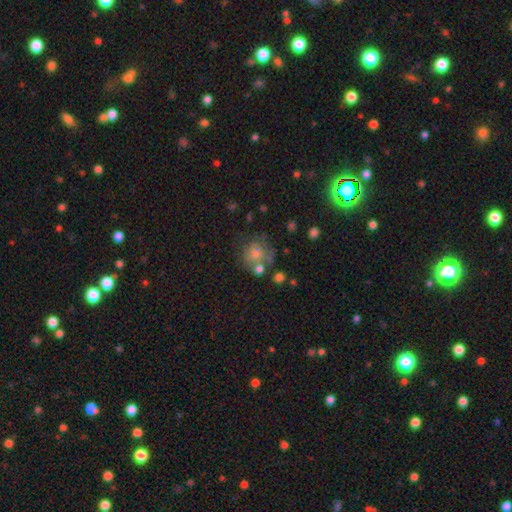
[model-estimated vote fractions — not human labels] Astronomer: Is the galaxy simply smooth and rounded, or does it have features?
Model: smooth — 62%.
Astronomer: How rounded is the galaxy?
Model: round — 78%.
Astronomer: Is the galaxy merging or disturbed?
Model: none — 46%.